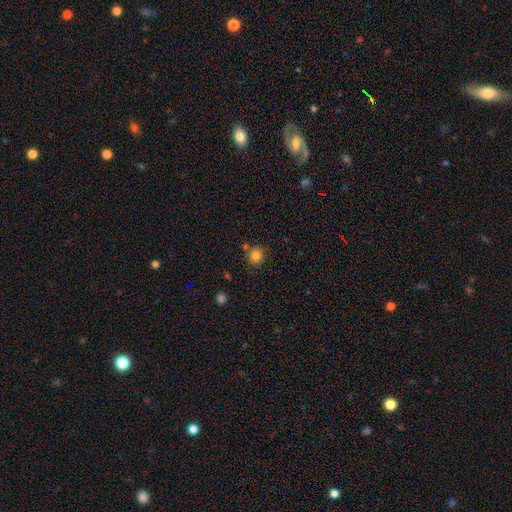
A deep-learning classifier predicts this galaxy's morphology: This is clearly a smooth galaxy (81%). How rounded: clearly round (84%). Merging: likely none (76%).